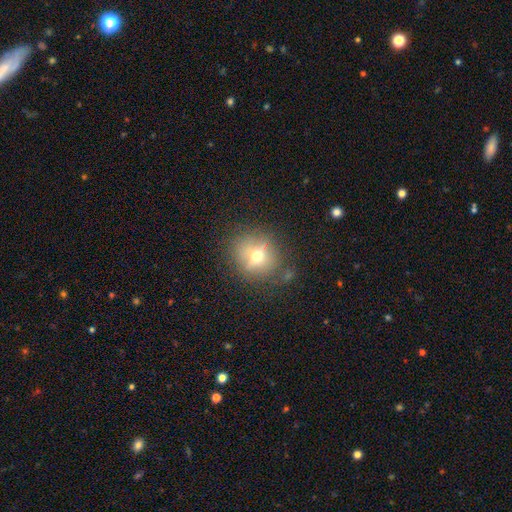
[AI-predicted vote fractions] Smooth or featured? smooth (48%)
Merging? none (76%)